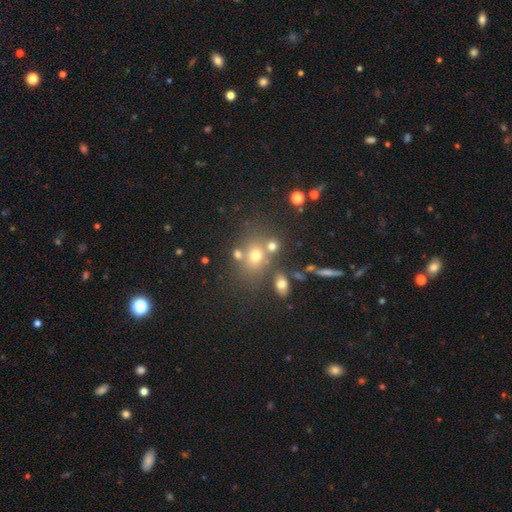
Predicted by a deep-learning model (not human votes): The model was most divided on "how rounded": round: 59%, in between: 40%, cigar-shaped: 2%. More confident: smooth or featured — smooth (59%); merging — none (59%).